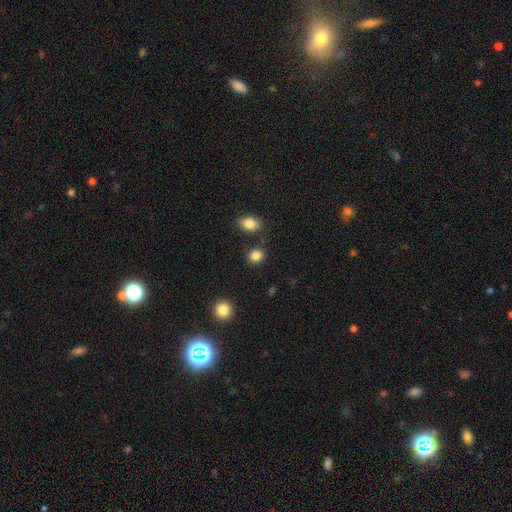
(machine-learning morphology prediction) smooth_or_featured: smooth (p=0.86) [alt: star or artifact p=0.10]
how_rounded: round (p=0.65) [alt: in between p=0.34]
merging: none (p=0.82) [alt: minor disturbance p=0.09]